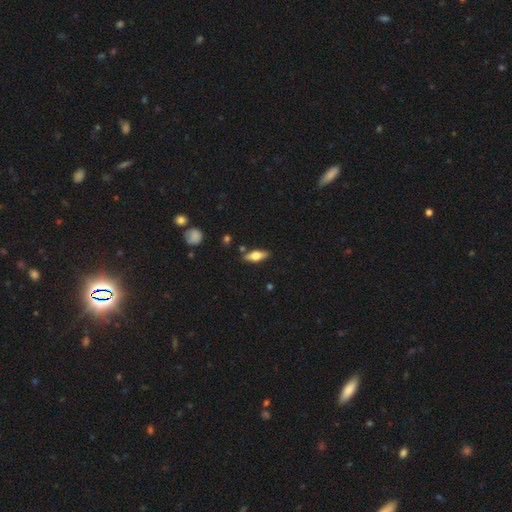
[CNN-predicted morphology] Smooth or featured: smooth — 53% (featured or disk — 40%)
How rounded: in between — 65% (cigar-shaped — 32%)
Merging: none — 84% (minor disturbance — 11%)